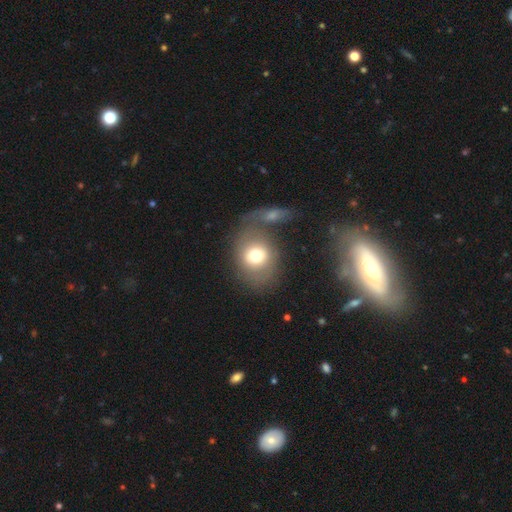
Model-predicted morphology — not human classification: This appears to be a smooth galaxy with no disk features (67%) that is round (54%). Merging: none (43%).